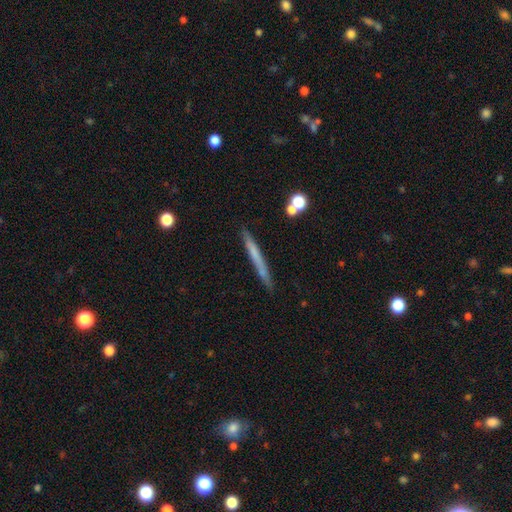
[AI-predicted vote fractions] Smooth or featured: smooth — 55% (featured or disk — 38%)
How rounded: cigar-shaped — 96% (in between — 2%)
Merging: none — 87% (minor disturbance — 9%)